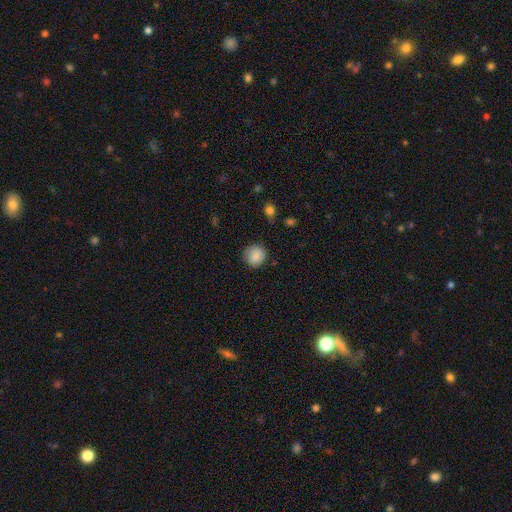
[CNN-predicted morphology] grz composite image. It shows a smooth galaxy with no disk features (88%) that is round (89%). Merging: none (82%).